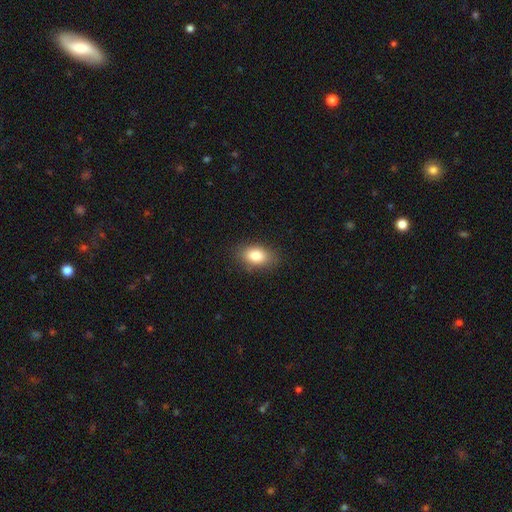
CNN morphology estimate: This is clearly a smooth galaxy (82%). How rounded: clearly in between (86%). Merging: clearly none (85%).